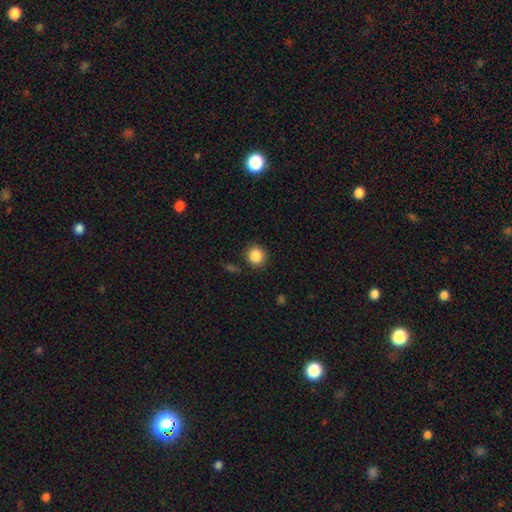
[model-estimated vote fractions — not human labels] Smooth or featured? Predicted: smooth (p=0.87). How rounded? Predicted: round (p=0.91). Merging? Predicted: none (p=0.87).